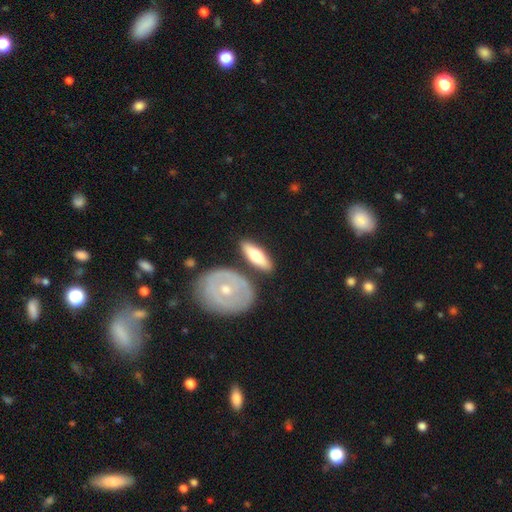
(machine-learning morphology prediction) This appears to be a smooth galaxy with no disk features (55%) that is in between round and cigar-shaped (55%). Merging: none (77%).